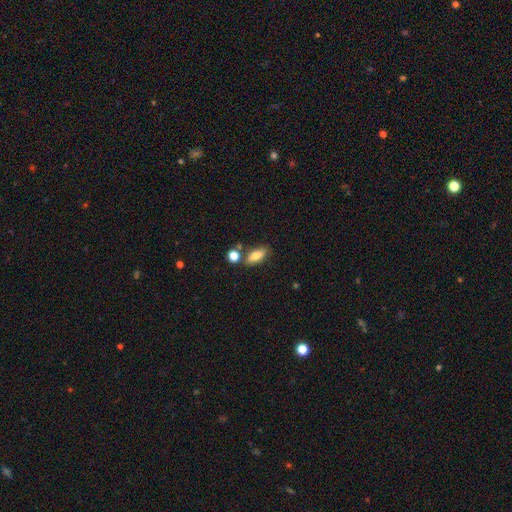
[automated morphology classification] Smooth or featured: smooth — 77% (featured or disk — 14%)
How rounded: in between — 77% (cigar-shaped — 18%)
Merging: none — 72% (minor disturbance — 12%)